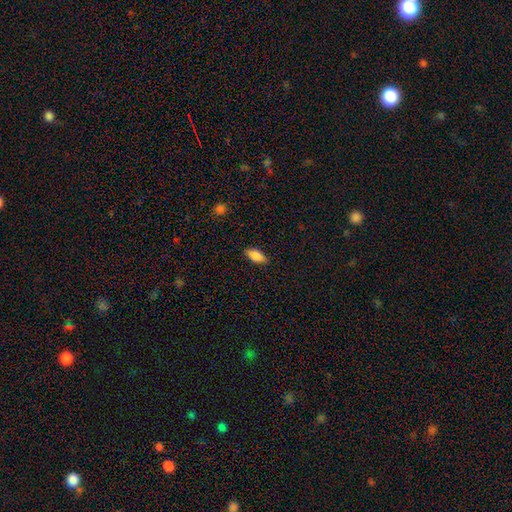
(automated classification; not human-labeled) Q: Smooth or featured?
A: smooth (87%); runner-up: star or artifact (7%)
Q: How rounded?
A: in between (87%); runner-up: cigar-shaped (10%)
Q: Merging?
A: none (86%); runner-up: minor disturbance (10%)